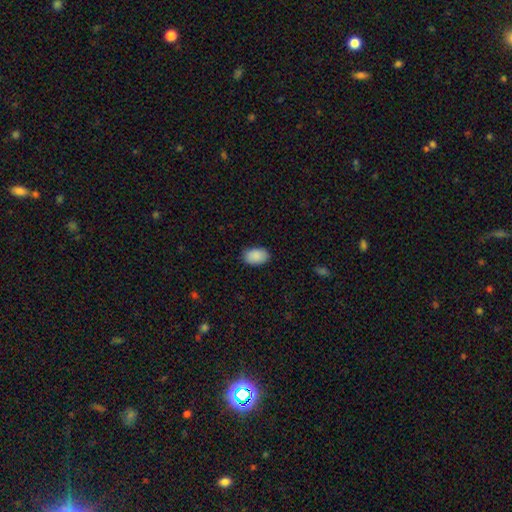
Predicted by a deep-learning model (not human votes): The model was most divided on "merging": none: 86%, minor disturbance: 11%, major disturbance: 2%, merger: 1%. More confident: smooth or featured — smooth (90%); how rounded — in between (90%).